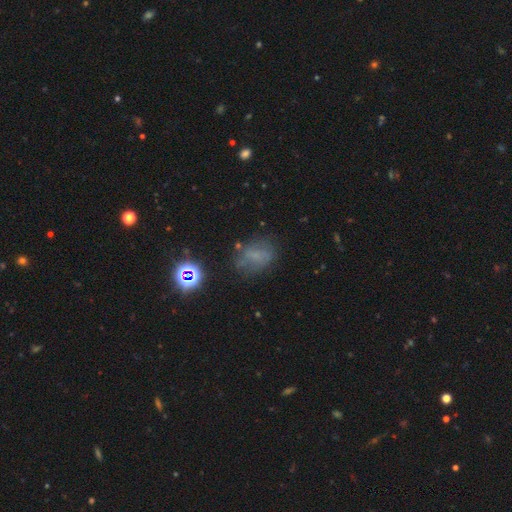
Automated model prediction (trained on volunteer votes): Morphology: type=smooth (46%); merging=none (58%).